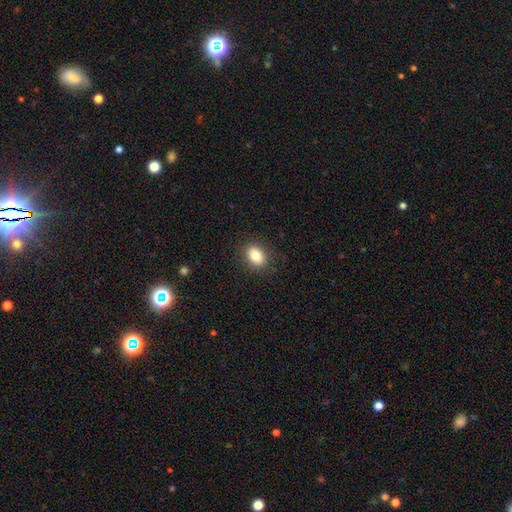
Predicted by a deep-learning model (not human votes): Q: Smooth or featured?
A: smooth (84%); runner-up: star or artifact (9%)
Q: How rounded?
A: in between (73%); runner-up: round (25%)
Q: Merging?
A: none (87%); runner-up: minor disturbance (9%)